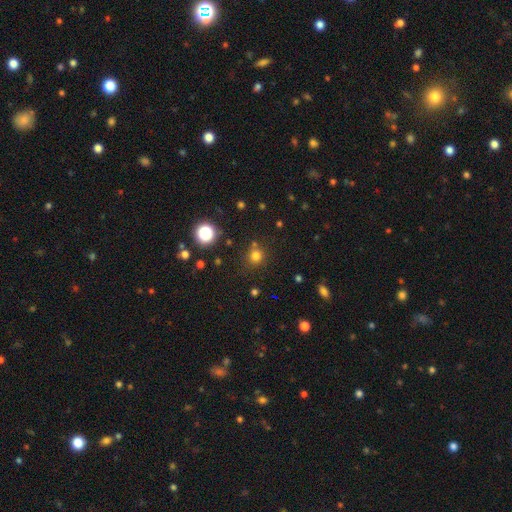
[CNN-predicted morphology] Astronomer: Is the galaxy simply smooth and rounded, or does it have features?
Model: smooth — 73%.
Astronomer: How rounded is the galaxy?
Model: round — 90%.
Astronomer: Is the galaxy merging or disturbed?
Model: none — 78%.